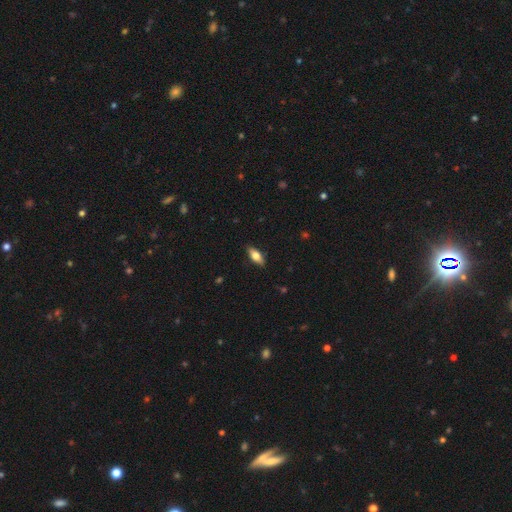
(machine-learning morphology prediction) smooth 65%, featured or disk 28%, star or artifact 6%. Down the decision tree: how rounded — in between (77%); merging — none (88%).